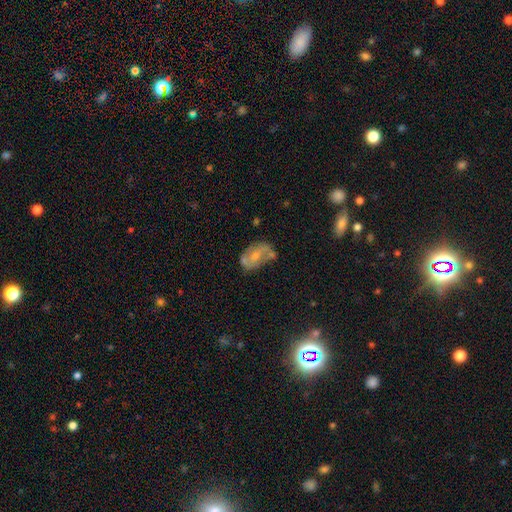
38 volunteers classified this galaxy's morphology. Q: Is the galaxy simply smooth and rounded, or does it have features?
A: featured or disk — 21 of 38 (55%).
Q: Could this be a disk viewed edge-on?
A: no — 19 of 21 (90%).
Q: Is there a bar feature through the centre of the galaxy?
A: no — 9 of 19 (47%).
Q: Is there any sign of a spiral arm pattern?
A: yes — 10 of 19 (53%).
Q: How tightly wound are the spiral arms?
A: medium — 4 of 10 (40%, tied with loose).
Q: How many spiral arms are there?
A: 2 — 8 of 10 (80%).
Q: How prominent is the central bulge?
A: small — 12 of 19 (63%).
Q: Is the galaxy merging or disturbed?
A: minor disturbance — 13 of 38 (34%).